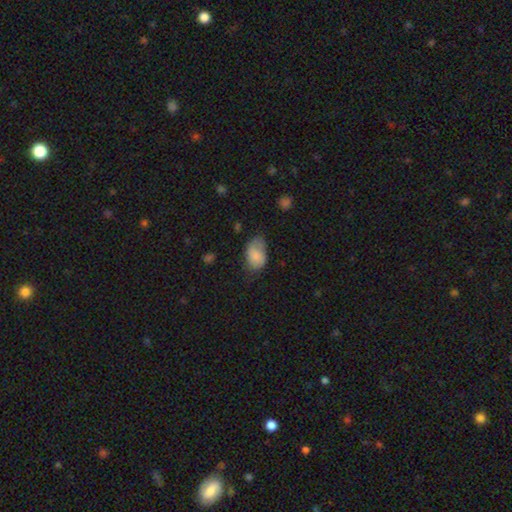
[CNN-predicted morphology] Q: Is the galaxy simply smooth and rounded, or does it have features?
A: smooth — 79%.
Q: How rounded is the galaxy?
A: in between — 89%.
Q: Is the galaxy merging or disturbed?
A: none — 47%.